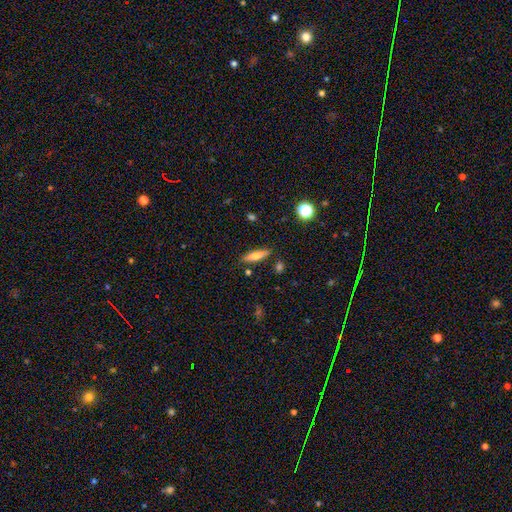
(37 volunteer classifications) Overall: smooth (76%). How rounded: cigar-shaped (75%). Merging: none (89%).